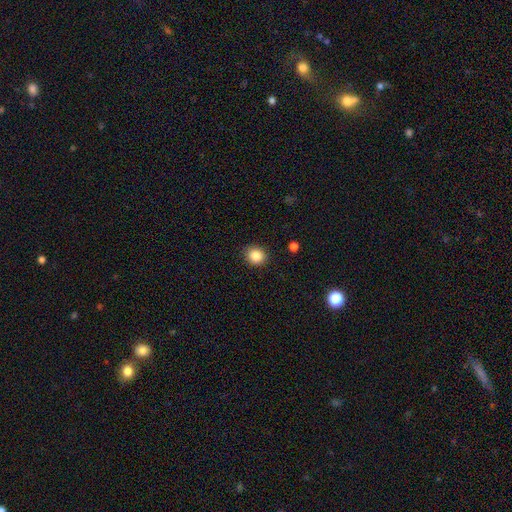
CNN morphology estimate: This is clearly a smooth galaxy (86%). How rounded: likely round (79%). Merging: clearly none (88%).